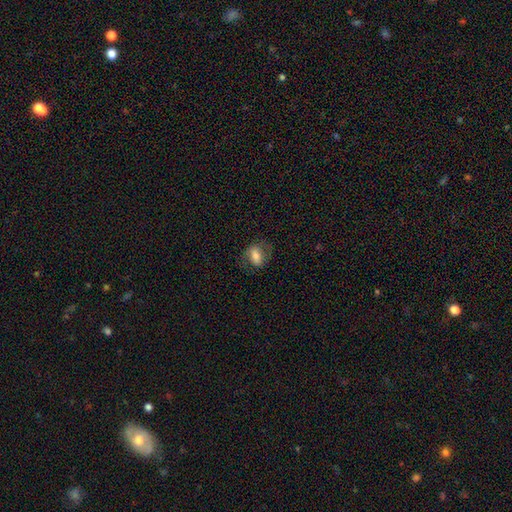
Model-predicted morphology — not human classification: smooth 68%, featured or disk 23%, star or artifact 9%. Down the decision tree: how rounded — in between (78%); merging — none (70%).